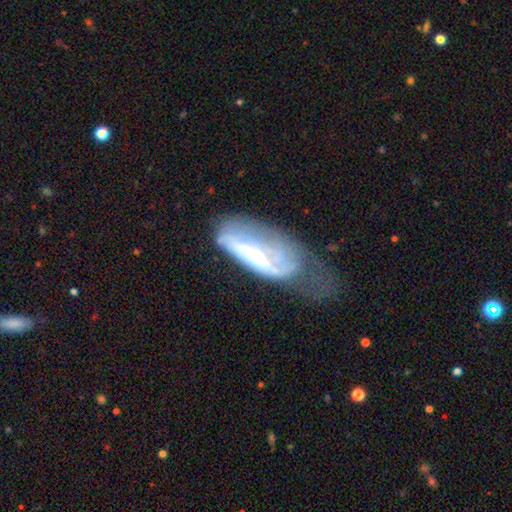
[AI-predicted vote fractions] This appears to be a featured or disk galaxy (59%) with no bar (60%), no spiral arms (51%) and a moderate central bulge (43%). Merging: major disturbance (49%).